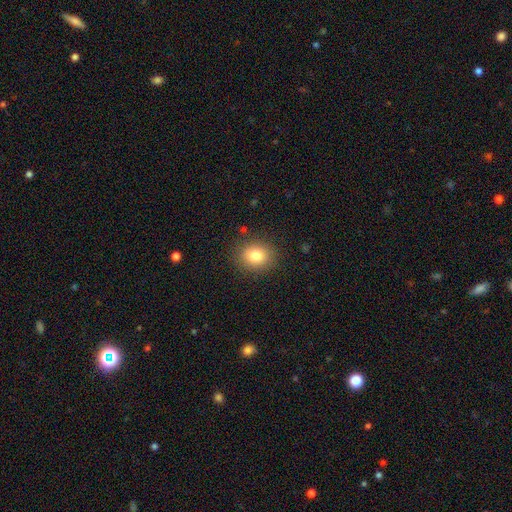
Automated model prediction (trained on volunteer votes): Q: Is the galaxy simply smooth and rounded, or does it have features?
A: smooth — 81%.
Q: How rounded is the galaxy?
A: round — 61%.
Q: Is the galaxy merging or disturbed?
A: none — 87%.